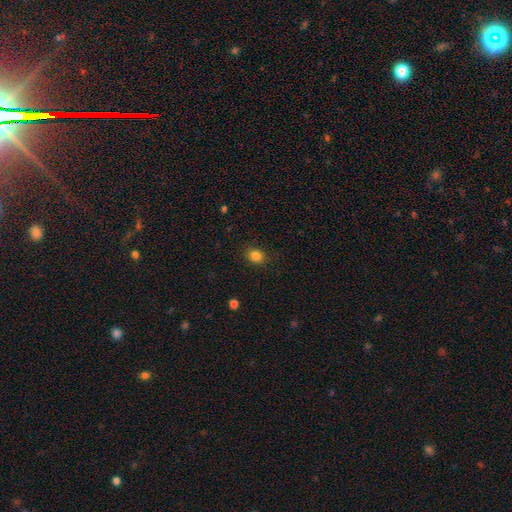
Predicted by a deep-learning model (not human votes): Q: Smooth or featured?
A: smooth (83%); runner-up: star or artifact (12%)
Q: How rounded?
A: in between (51%); runner-up: round (48%)
Q: Merging?
A: none (86%); runner-up: minor disturbance (10%)